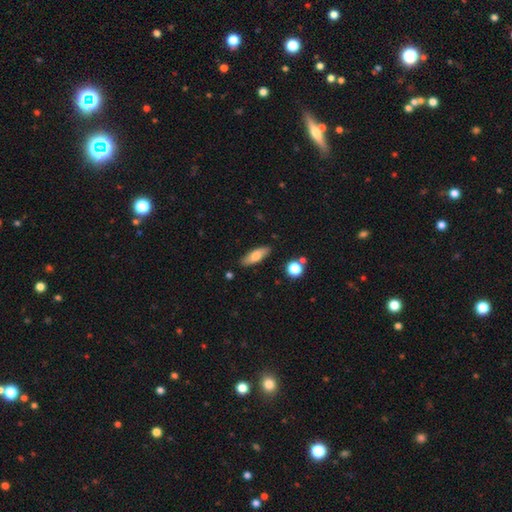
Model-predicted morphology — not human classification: A smooth galaxy with no disk features (72%) that is in between round and cigar-shaped (62%).

Vote fractions:
- Smooth or featured? smooth: 72% / featured or disk: 21% / star or artifact: 7%
- How rounded? in between: 62% / cigar-shaped: 35% / round: 3%
- Merging? none: 85% / minor disturbance: 11% / merger: 2% / major disturbance: 2%